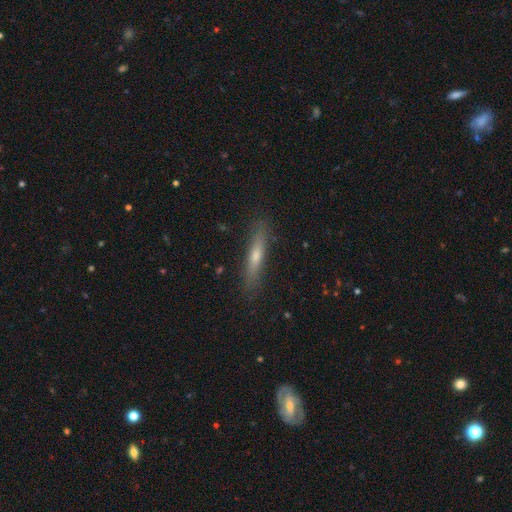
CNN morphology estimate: Smooth or featured? smooth (48%)
Merging? none (86%)